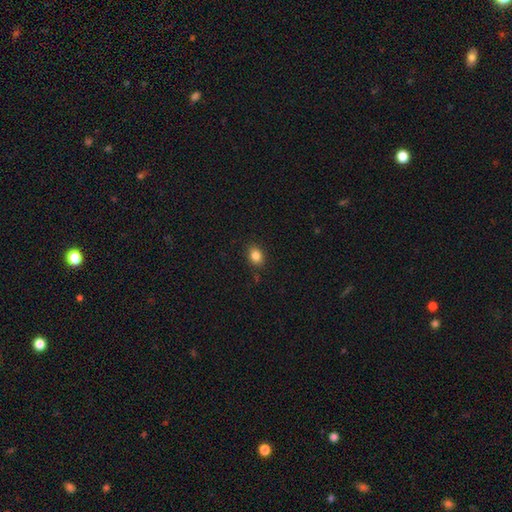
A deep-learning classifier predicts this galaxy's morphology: Smooth or featured? Predicted: smooth (p=0.85). How rounded? Predicted: in between (p=0.57). Merging? Predicted: none (p=0.86).